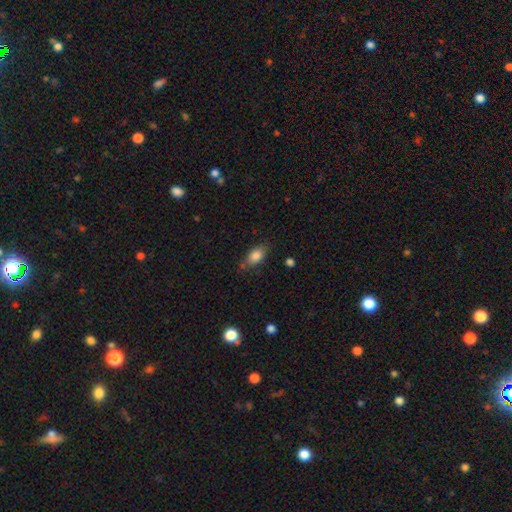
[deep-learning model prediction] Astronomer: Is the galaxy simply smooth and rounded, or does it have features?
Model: smooth — 83%.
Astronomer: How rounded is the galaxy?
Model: in between — 87%.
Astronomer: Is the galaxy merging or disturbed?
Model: none — 69%.